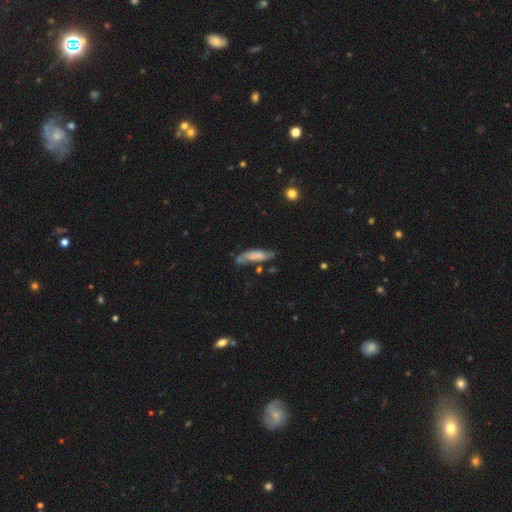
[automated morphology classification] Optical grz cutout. It shows a smooth galaxy with no disk features (47%). Merging: none (52%).